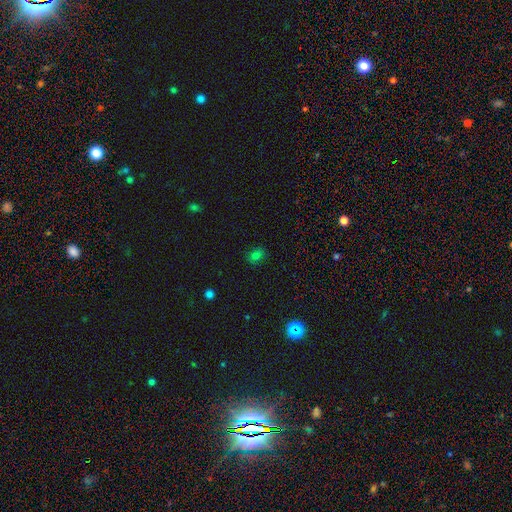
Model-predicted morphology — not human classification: Smooth or featured?
  - smooth: 74% *
  - star or artifact: 19%
  - featured or disk: 7%
How rounded?
  - round: 55% *
  - in between: 44%
  - cigar-shaped: 1%
Merging?
  - none: 83% *
  - minor disturbance: 13%
  - major disturbance: 3%
  - merger: 1%